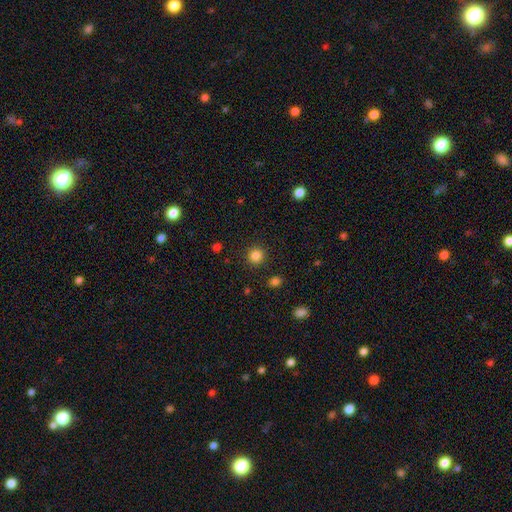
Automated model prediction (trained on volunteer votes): Morphology: type=smooth (84%); roundness=round (93%); merging=none (91%).